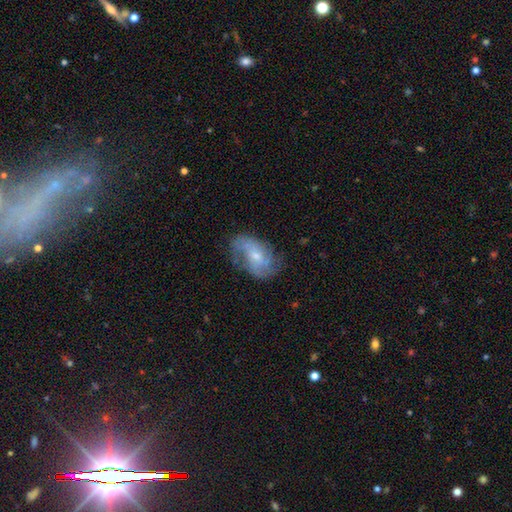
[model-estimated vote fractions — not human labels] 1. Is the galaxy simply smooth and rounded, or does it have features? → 72% featured or disk, 21% smooth, 7% star or artifact.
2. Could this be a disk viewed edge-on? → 96% no, 4% yes.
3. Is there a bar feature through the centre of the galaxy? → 55% no, 38% weak, 7% strong.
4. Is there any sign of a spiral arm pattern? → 88% yes, 12% no.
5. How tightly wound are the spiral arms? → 44% medium, 29% tight, 26% loose.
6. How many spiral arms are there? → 48% 2, 26% can't tell, 13% 3, 5% 1, 4% 4, 3% more than 4.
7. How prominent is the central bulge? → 52% small, 41% moderate, 4% none, 3% large, 1% dominant.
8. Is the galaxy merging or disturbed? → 63% none, 24% minor disturbance, 12% major disturbance, 2% merger.